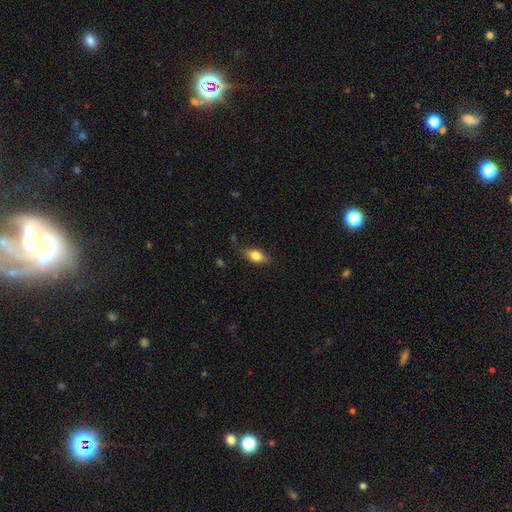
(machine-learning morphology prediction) This appears to be a smooth galaxy with no disk features (72%) that is in between round and cigar-shaped (82%). Merging: none (70%).